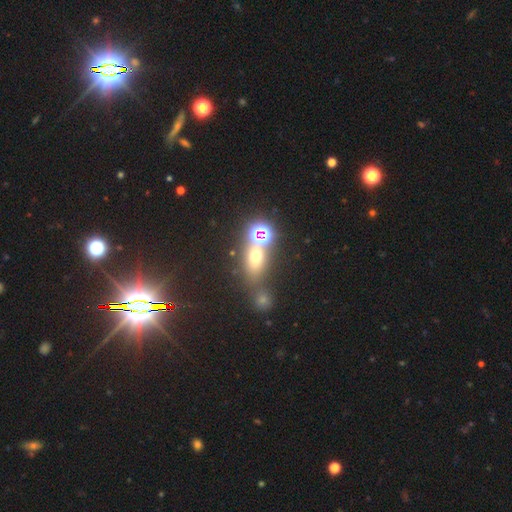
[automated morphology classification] smooth 47%, star or artifact 39%, featured or disk 13%. Down the decision tree: merging — none (58%).